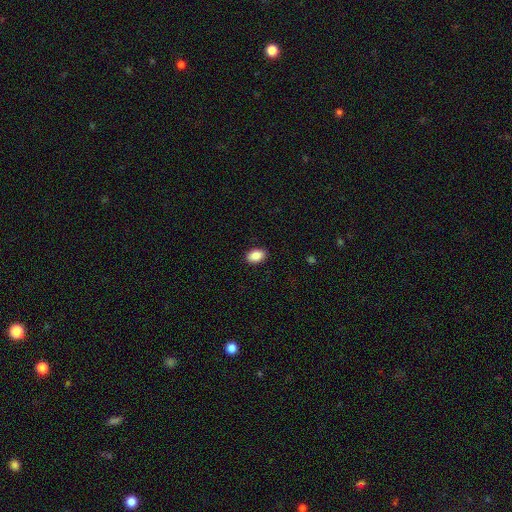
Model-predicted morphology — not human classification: smooth 89%, star or artifact 7%, featured or disk 4%. Down the decision tree: how rounded — in between (86%); merging — none (90%).